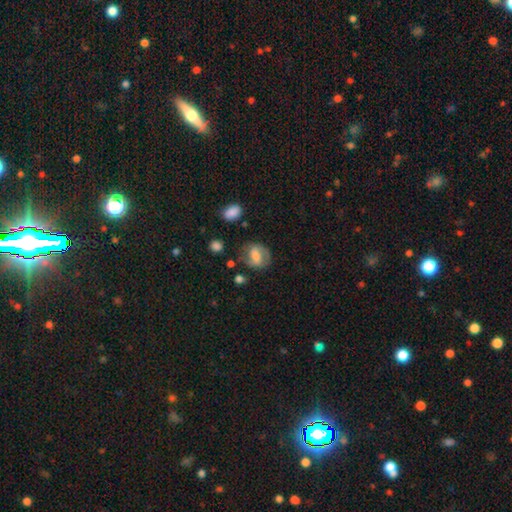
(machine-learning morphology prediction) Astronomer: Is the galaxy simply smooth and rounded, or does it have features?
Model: featured or disk — 49% (runner-up: smooth, 43%).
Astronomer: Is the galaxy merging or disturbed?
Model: none — 65%.